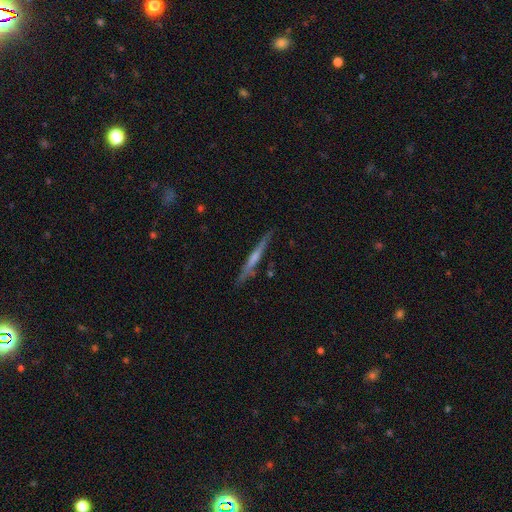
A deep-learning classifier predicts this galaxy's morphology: A featured or disk galaxy (67%) viewed edge-on (95%) with a rounded central bulge (70%).

Vote fractions:
- Smooth or featured? featured or disk: 67% / smooth: 23% / star or artifact: 11%
- Edge-on disk? yes: 95% / no: 5%
- Edge-on bulge? rounded: 70% / none: 22% / boxy: 8%
- Merging? none: 88% / minor disturbance: 8% / major disturbance: 2% / merger: 2%